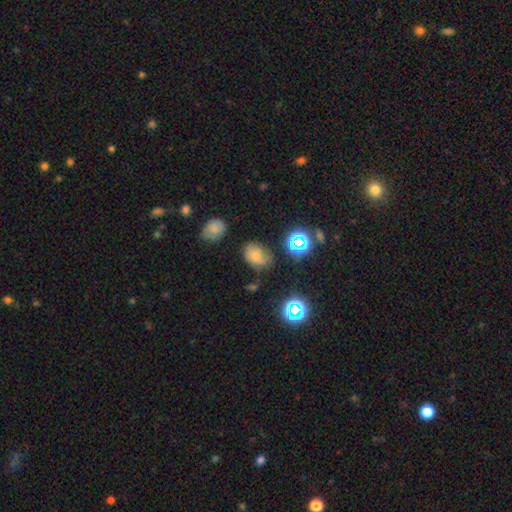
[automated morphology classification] This appears to be a smooth galaxy with no disk features (60%) that is in between round and cigar-shaped (66%). Merging: none (51%).